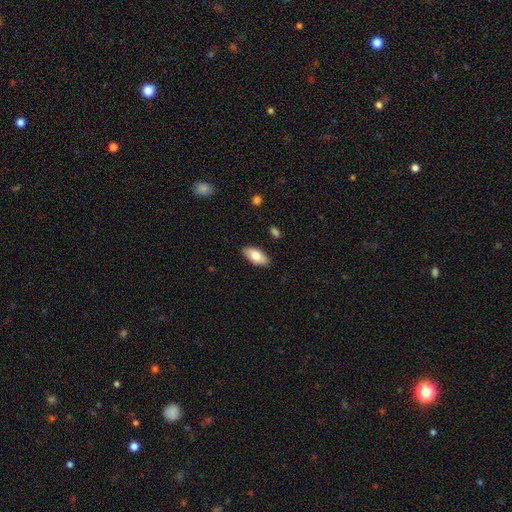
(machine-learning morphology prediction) Q: Smooth or featured?
A: smooth (78%); runner-up: featured or disk (15%)
Q: How rounded?
A: in between (91%); runner-up: cigar-shaped (6%)
Q: Merging?
A: none (88%); runner-up: minor disturbance (9%)